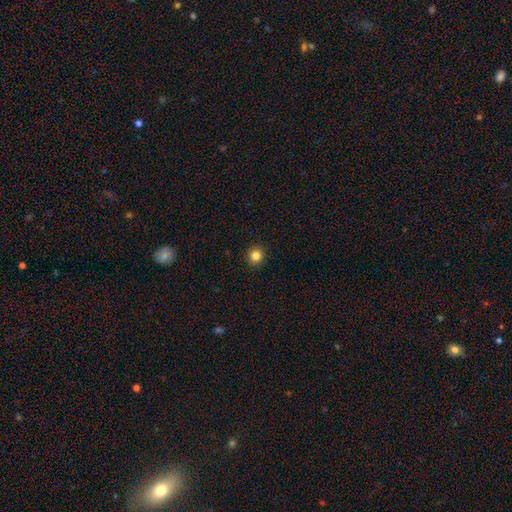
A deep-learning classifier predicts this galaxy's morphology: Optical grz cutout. It shows a smooth galaxy with no disk features (84%) that is round (94%). Merging: none (93%).